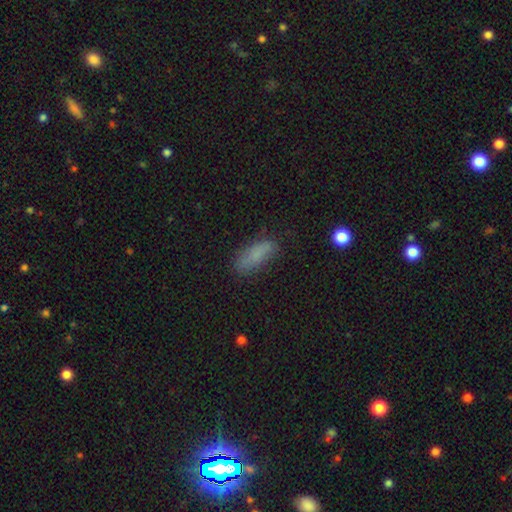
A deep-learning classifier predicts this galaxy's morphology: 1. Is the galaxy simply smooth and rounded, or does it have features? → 79% smooth, 11% featured or disk, 9% star or artifact.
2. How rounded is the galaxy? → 63% in between, 34% cigar-shaped, 3% round.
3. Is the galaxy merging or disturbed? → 74% none, 19% minor disturbance, 5% major disturbance, 2% merger.